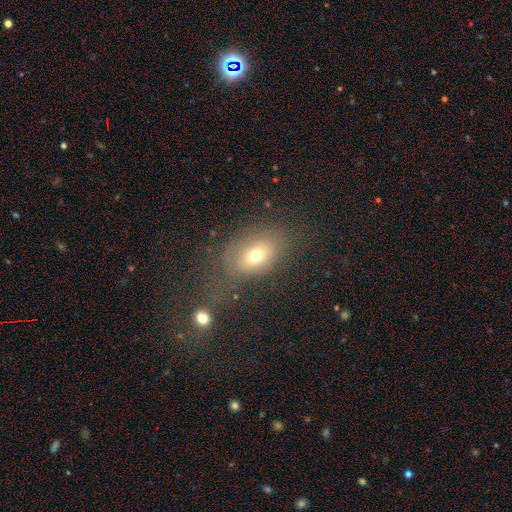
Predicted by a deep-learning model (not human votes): Smooth or featured: smooth — 68% (featured or disk — 18%)
How rounded: in between — 77% (round — 21%)
Merging: none — 54% (minor disturbance — 19%)